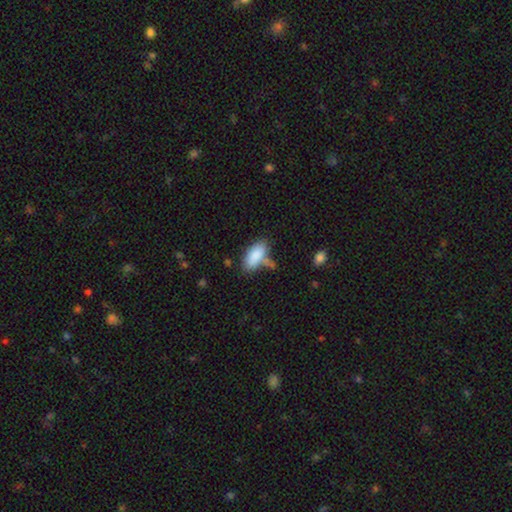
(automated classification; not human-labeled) Smooth or featured? Predicted: smooth (p=0.87). How rounded? Predicted: in between (p=0.89). Merging? Predicted: none (p=0.60).